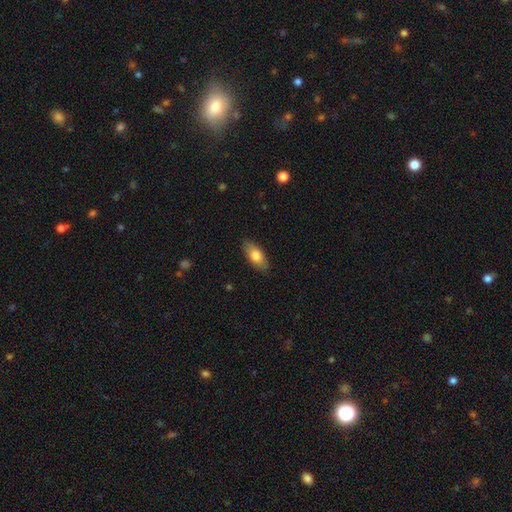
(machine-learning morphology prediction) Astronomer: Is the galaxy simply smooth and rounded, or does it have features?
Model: smooth — 77%.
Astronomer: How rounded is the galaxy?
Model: in between — 85%.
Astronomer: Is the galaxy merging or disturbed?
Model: none — 86%.